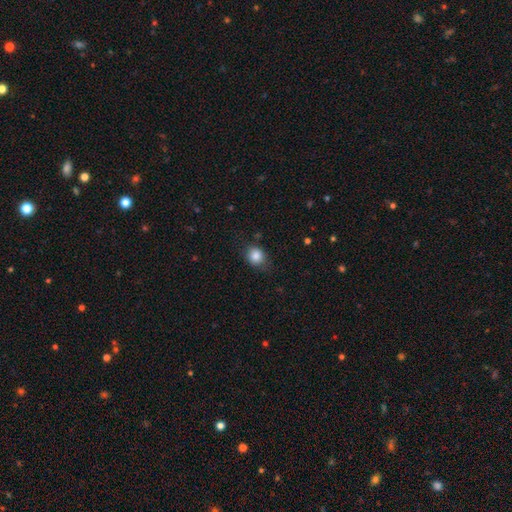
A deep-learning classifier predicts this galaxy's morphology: Q: Smooth or featured?
A: smooth (84%); runner-up: star or artifact (10%)
Q: How rounded?
A: round (66%); runner-up: in between (33%)
Q: Merging?
A: none (71%); runner-up: minor disturbance (22%)